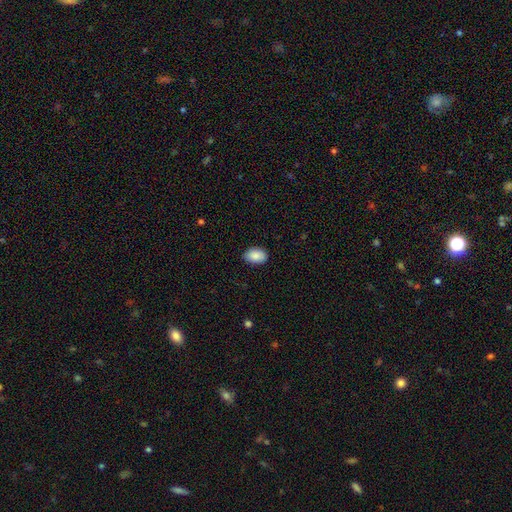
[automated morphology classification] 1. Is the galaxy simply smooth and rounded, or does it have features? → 89% smooth, 7% star or artifact, 5% featured or disk.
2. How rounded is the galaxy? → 88% in between, 11% round, 1% cigar-shaped.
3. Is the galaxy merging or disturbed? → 88% none, 10% minor disturbance, 2% major disturbance, 1% merger.